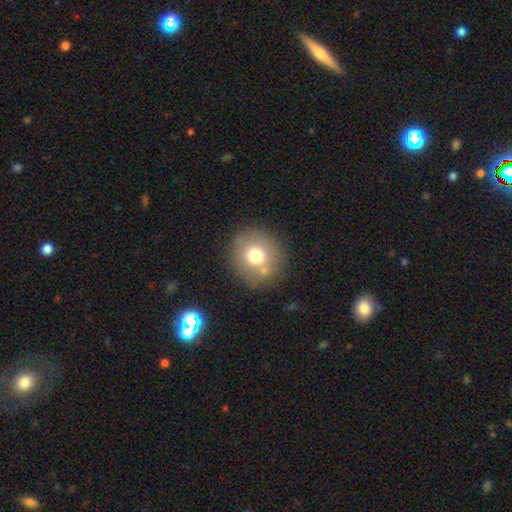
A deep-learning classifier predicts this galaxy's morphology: Smooth or featured? Predicted: smooth (p=0.71). How rounded? Predicted: round (p=0.90). Merging? Predicted: none (p=0.78).